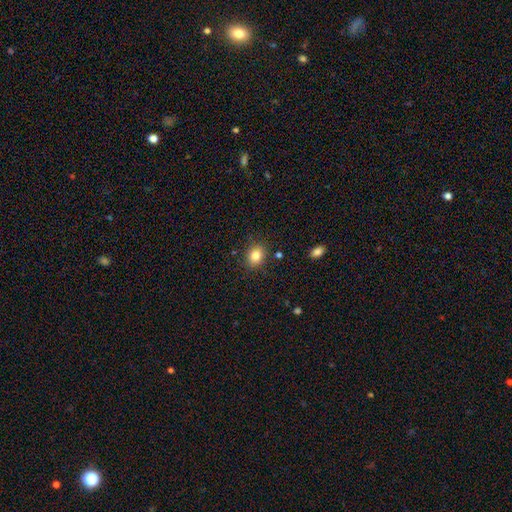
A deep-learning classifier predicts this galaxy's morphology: Smooth or featured: smooth — 83% (star or artifact — 11%)
How rounded: round — 59% (in between — 40%)
Merging: none — 84% (minor disturbance — 10%)